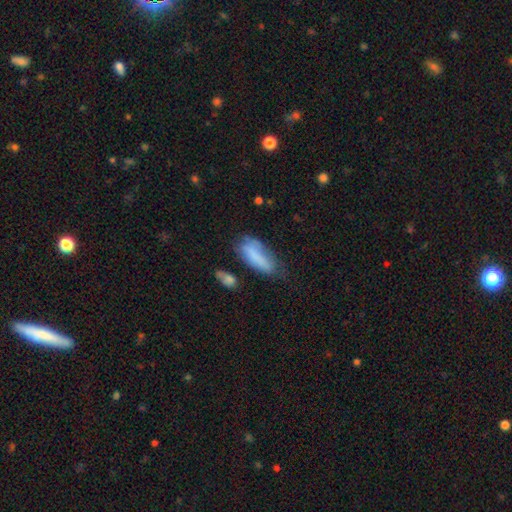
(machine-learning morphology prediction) A smooth galaxy with no disk features (74%) that is in between round and cigar-shaped (72%). Merging: none (41%).